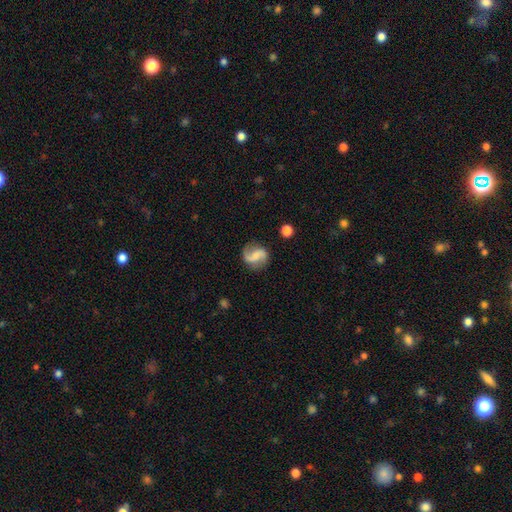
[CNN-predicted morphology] This appears to be a featured or disk galaxy (77%) with a weak bar (40%), 2 (91%) loose (58%) spiral arms (95%) and a small central bulge (43%). Merging: none (81%).